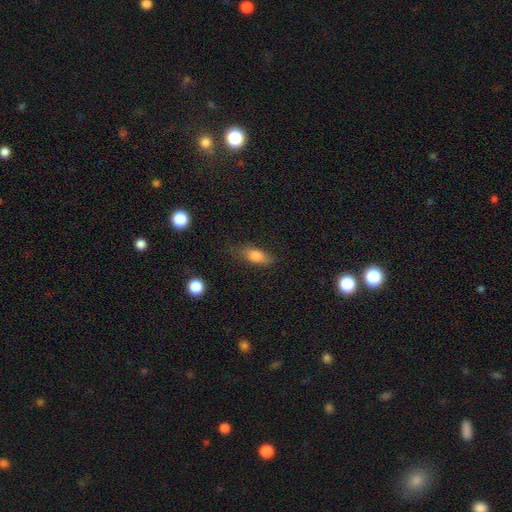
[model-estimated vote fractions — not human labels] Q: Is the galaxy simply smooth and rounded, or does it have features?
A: smooth — 77%.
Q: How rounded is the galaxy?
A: in between — 72%.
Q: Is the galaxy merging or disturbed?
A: none — 68%.